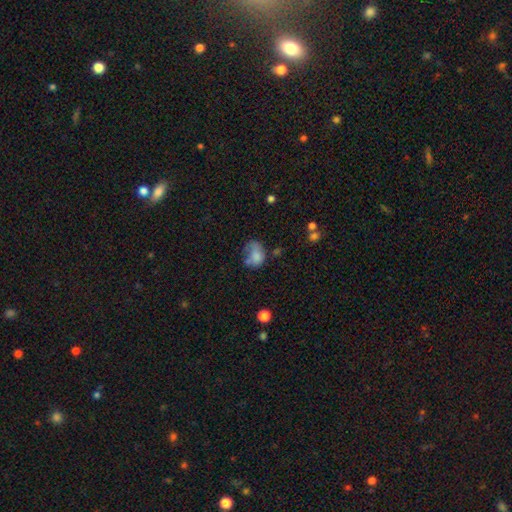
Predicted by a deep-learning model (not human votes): Morphology: type=smooth (72%); roundness=in between (67%); merging=minor disturbance (29%, tied with none).